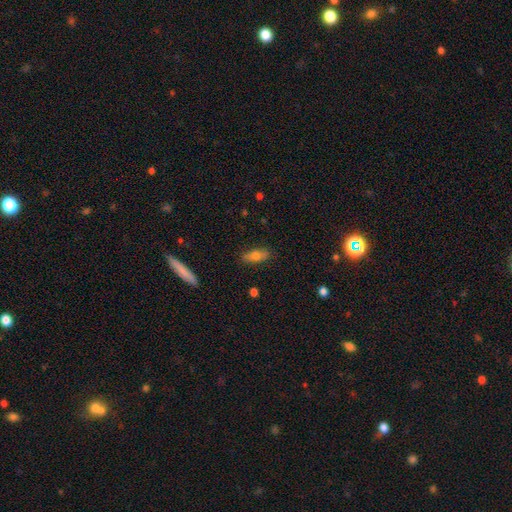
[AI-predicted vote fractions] smooth_or_featured: smooth (p=0.69) [alt: featured or disk p=0.23]
how_rounded: in between (p=0.59) [alt: cigar-shaped p=0.38]
merging: none (p=0.86) [alt: minor disturbance p=0.10]